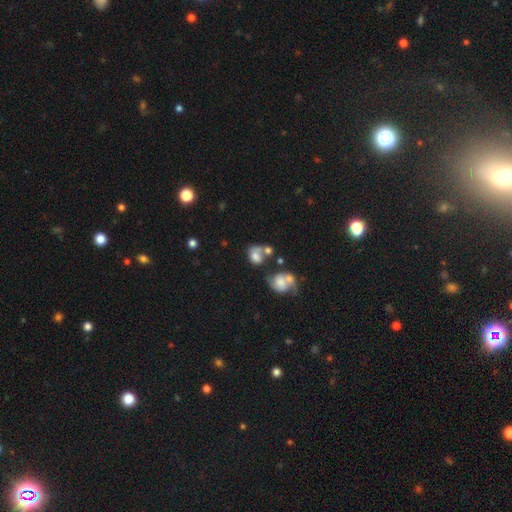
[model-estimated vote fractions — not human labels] Smooth or featured? smooth (61%)
How rounded? in between (61%)
Merging? merger (43%)